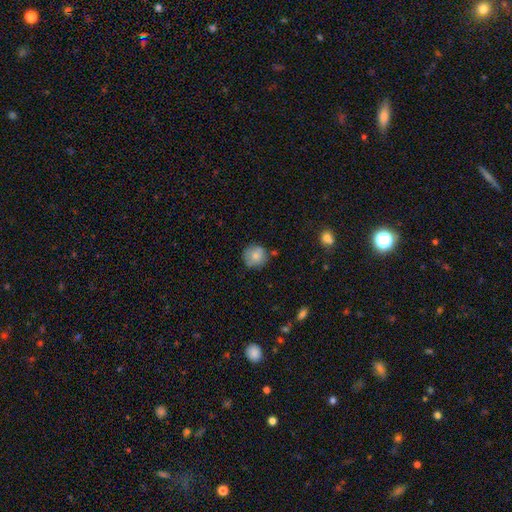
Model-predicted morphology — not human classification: Smooth or featured? smooth (77%)
How rounded? round (92%)
Merging? none (76%)